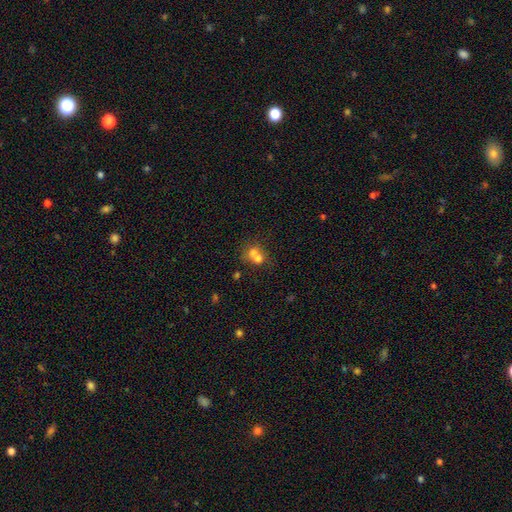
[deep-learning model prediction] Overall: smooth (66%). How rounded: round (69%; in between 30%). Merging: merger (66%).